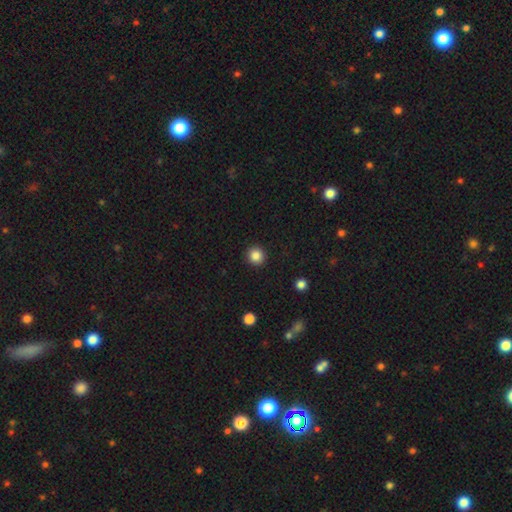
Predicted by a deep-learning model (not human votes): A smooth galaxy with no disk features (85%) that is round (93%). Merging: none (92%).